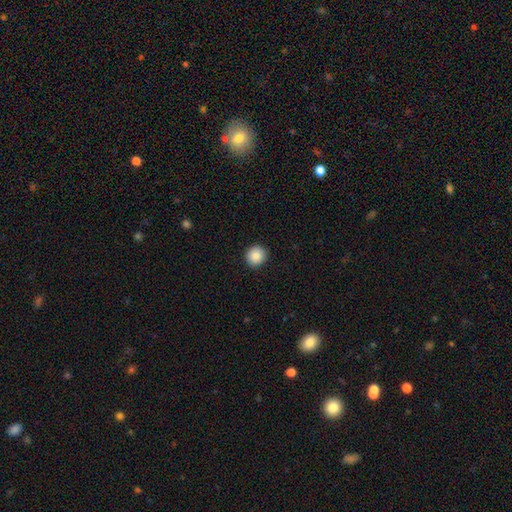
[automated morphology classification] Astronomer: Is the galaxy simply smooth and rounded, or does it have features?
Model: smooth — 87%.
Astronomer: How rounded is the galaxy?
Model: round — 92%.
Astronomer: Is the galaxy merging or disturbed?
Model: none — 92%.